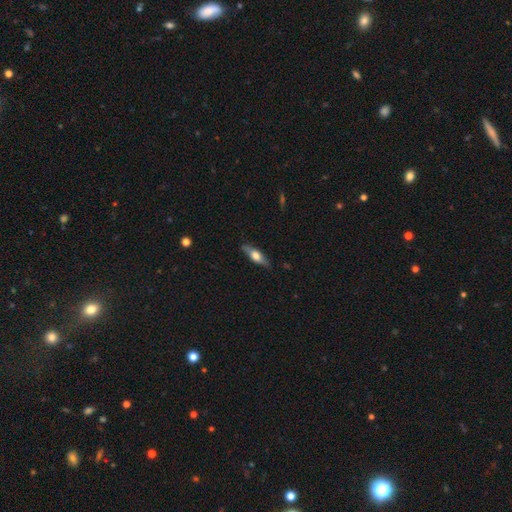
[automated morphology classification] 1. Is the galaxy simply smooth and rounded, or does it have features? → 48% smooth, 46% featured or disk, 6% star or artifact.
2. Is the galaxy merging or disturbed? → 84% none, 13% minor disturbance, 2% major disturbance, 1% merger.